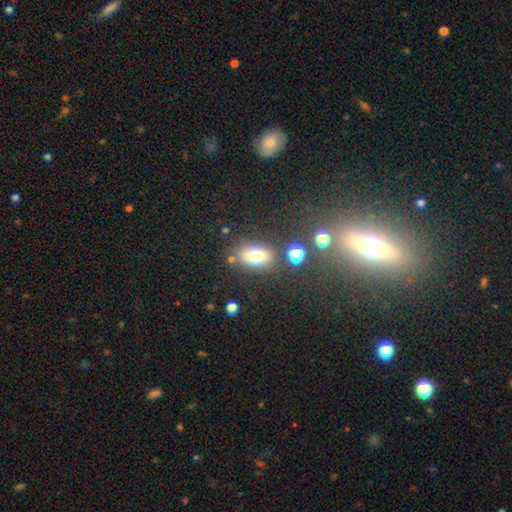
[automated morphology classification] Smooth or featured? Predicted: smooth (p=0.74). How rounded? Predicted: in between (p=0.81). Merging? Predicted: none (p=0.75).